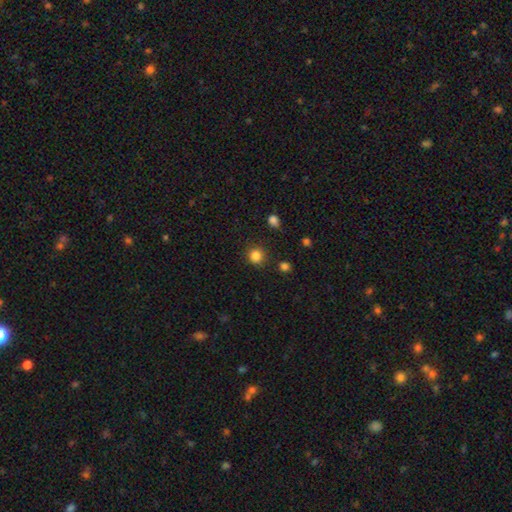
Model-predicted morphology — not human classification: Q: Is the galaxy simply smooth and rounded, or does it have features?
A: smooth — 84%.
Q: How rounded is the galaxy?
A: round — 91%.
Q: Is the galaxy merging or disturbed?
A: none — 87%.